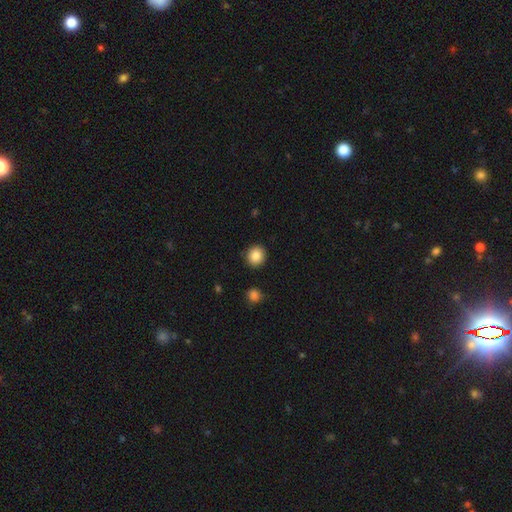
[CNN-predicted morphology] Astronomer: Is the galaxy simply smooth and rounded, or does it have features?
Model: smooth — 87%.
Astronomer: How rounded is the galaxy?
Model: round — 87%.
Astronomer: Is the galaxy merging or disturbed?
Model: none — 90%.